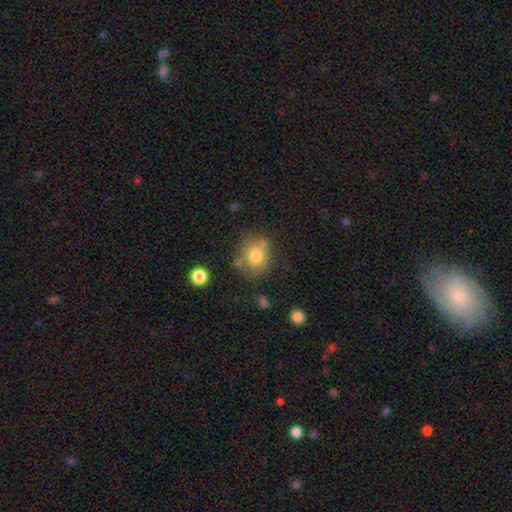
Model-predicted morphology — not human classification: This is likely a smooth galaxy (75%). How rounded: likely round (71%). Merging: likely none (67%).